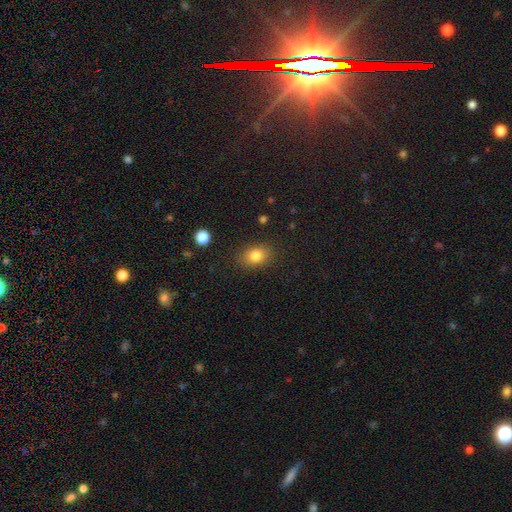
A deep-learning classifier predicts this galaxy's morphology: Smooth or featured?
  - smooth: 82% *
  - star or artifact: 10%
  - featured or disk: 8%
How rounded?
  - in between: 71% *
  - round: 27%
  - cigar-shaped: 1%
Merging?
  - none: 85% *
  - minor disturbance: 10%
  - major disturbance: 3%
  - merger: 1%